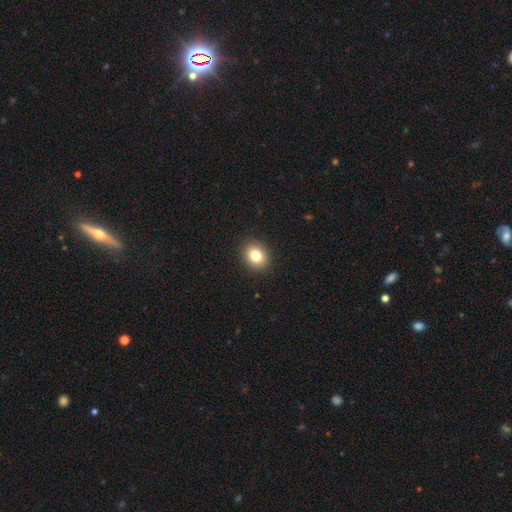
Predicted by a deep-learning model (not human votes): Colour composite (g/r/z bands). It shows a smooth galaxy with no disk features (81%) that is round (56%). Merging: none (91%).